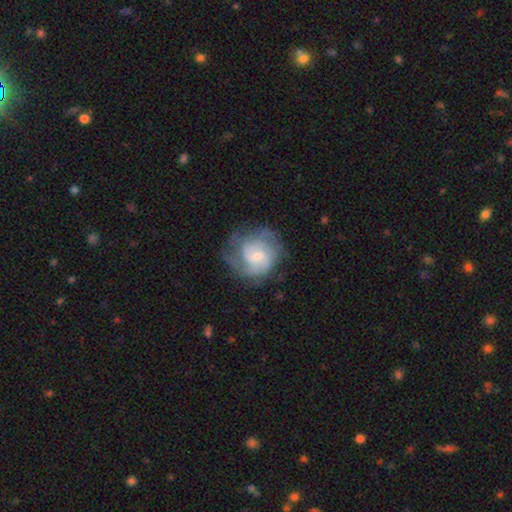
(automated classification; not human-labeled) Q: Smooth or featured?
A: featured or disk (79%); runner-up: smooth (15%)
Q: Edge-on disk?
A: no (98%); runner-up: yes (2%)
Q: Bar?
A: weak (48%); runner-up: no (43%)
Q: Spiral arms?
A: yes (94%); runner-up: no (6%)
Q: Spiral winding?
A: tight (44%); runner-up: medium (42%)
Q: Spiral arm count?
A: 2 (43%); runner-up: can't tell (25%)
Q: Bulge size?
A: small (55%); runner-up: moderate (37%)
Q: Merging?
A: none (68%); runner-up: minor disturbance (20%)